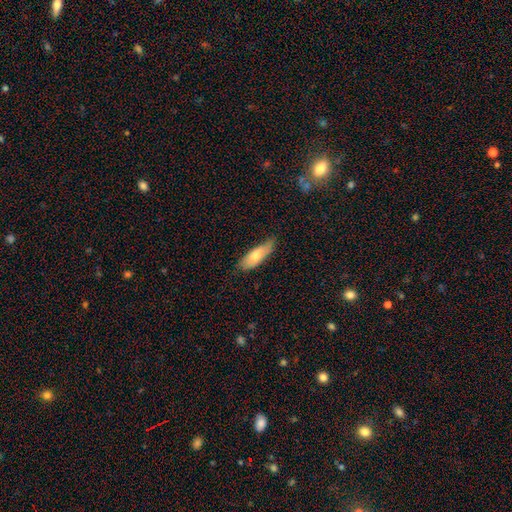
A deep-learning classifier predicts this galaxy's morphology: This is likely a smooth galaxy (72%). How rounded: likely in between (64%). Merging: likely none (62%).